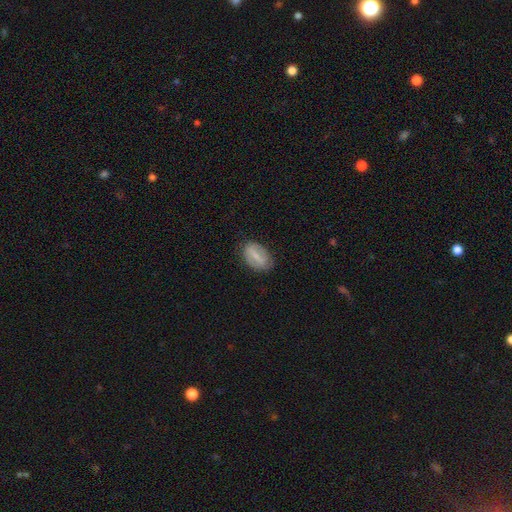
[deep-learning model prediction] Q: Smooth or featured?
A: smooth (48%); runner-up: featured or disk (45%)
Q: Merging?
A: none (80%); runner-up: minor disturbance (15%)